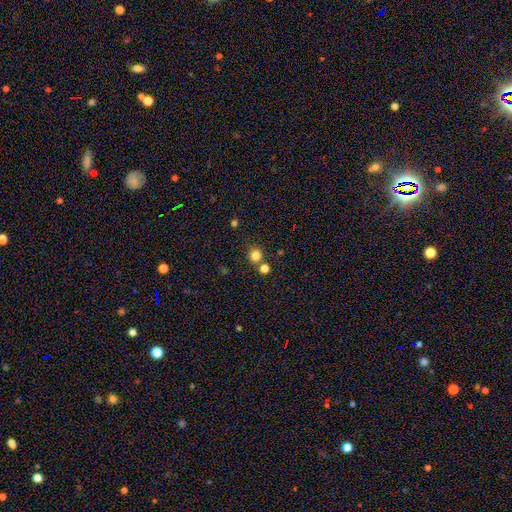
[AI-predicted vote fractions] Q: Smooth or featured?
A: smooth (81%); runner-up: star or artifact (14%)
Q: How rounded?
A: round (92%); runner-up: in between (7%)
Q: Merging?
A: none (77%); runner-up: merger (14%)